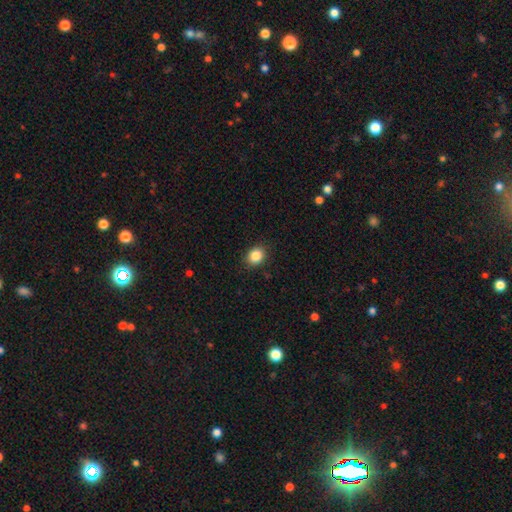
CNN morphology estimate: type=smooth (86%); roundness=round (64%); merging=none (87%).